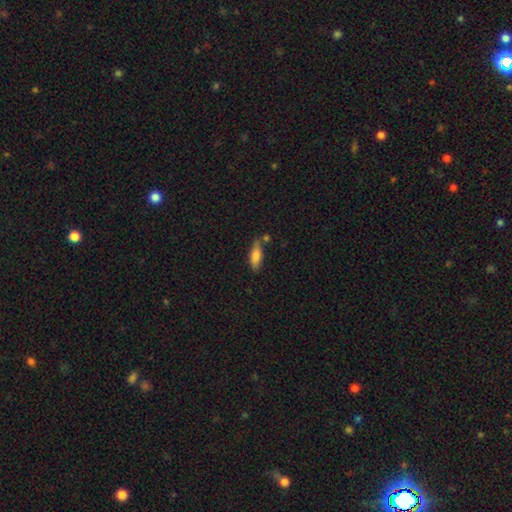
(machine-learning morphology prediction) A smooth galaxy with no disk features (77%) that is in between round and cigar-shaped (54%). Merging: none (64%).